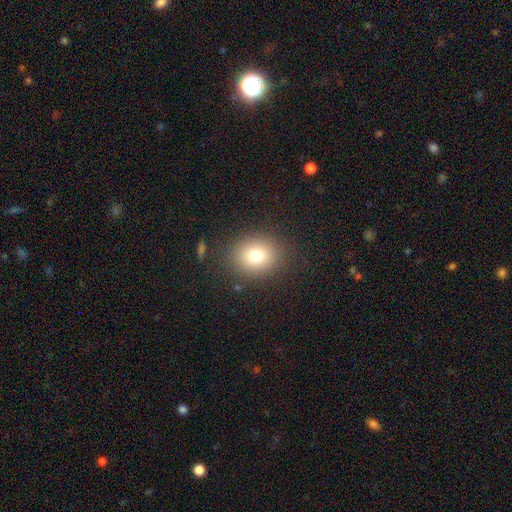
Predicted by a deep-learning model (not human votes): A smooth galaxy with no disk features (76%) that is round (68%). Merging: none (86%).